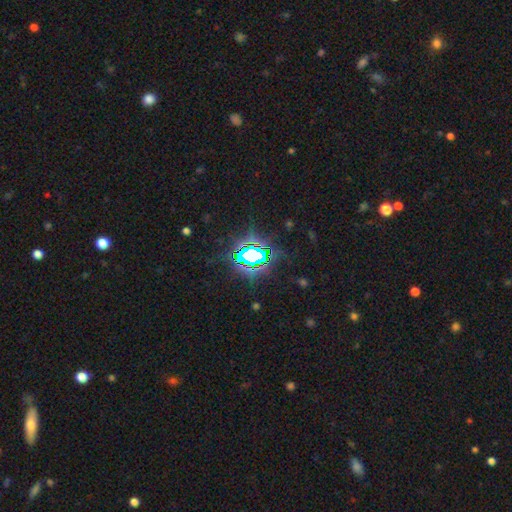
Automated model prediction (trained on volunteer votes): smooth_or_featured: star or artifact (p=0.77) [alt: smooth p=0.13]